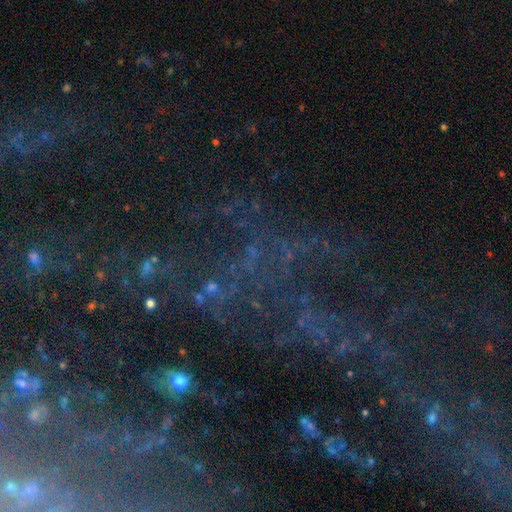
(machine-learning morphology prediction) A star or artifact, not a galaxy (62%).